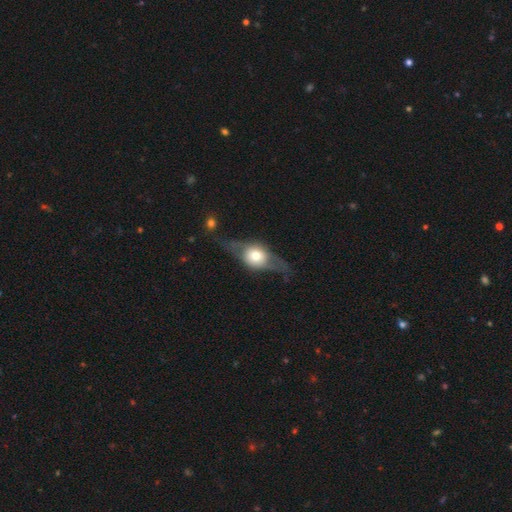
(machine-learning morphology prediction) A featured or disk galaxy (61%) viewed edge-on (69%). Merging: none (56%).